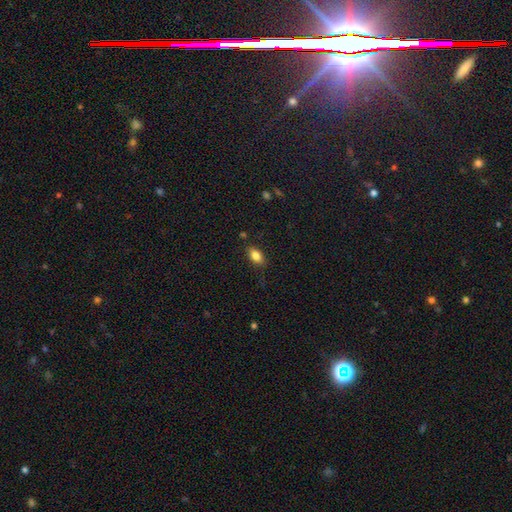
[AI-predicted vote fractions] Smooth or featured? smooth (83%)
How rounded? in between (88%)
Merging? none (84%)